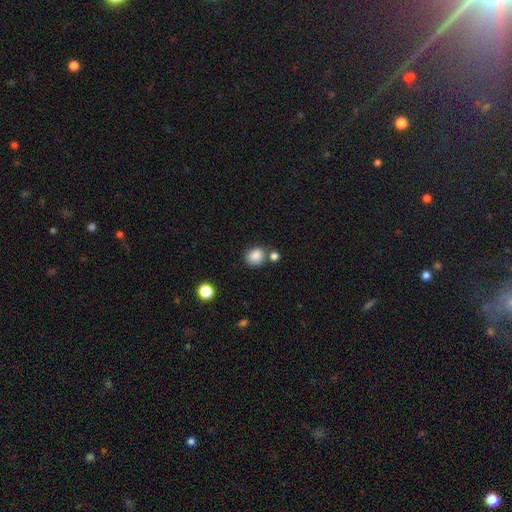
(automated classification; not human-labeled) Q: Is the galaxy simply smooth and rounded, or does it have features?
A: smooth — 86%.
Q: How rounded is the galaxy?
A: round — 70%.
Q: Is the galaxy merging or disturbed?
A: none — 68%.